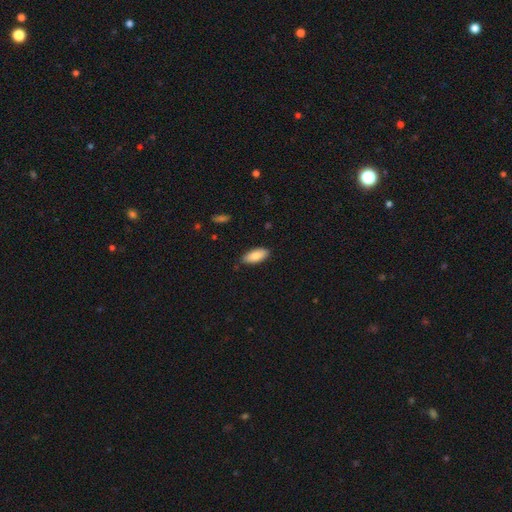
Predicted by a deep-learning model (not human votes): smooth_or_featured: smooth (p=0.85) [alt: featured or disk p=0.09]
how_rounded: in between (p=0.88) [alt: cigar-shaped p=0.11]
merging: none (p=0.85) [alt: minor disturbance p=0.12]